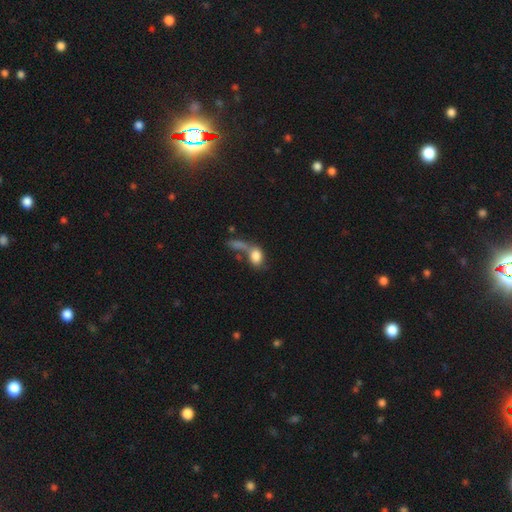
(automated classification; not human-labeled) smooth_or_featured: smooth (p=0.79) [alt: featured or disk p=0.12]
how_rounded: in between (p=0.73) [alt: round p=0.24]
merging: merger (p=0.47) [alt: none p=0.28]